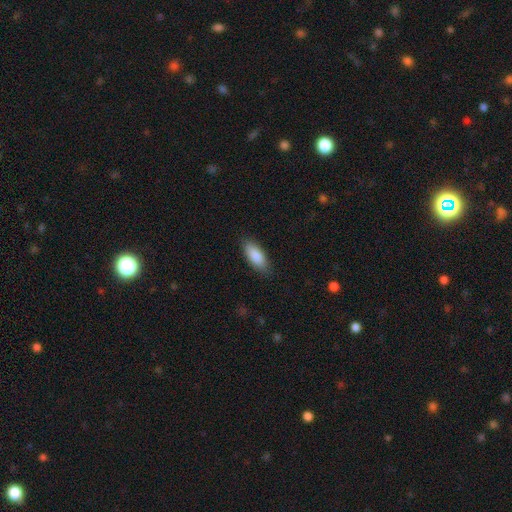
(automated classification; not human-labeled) smooth-or-featured: smooth: 87% | featured or disk: 8% | star or artifact: 6%
  how-rounded: in between: 81% | cigar-shaped: 18% | round: 2%
  merging: none: 86% | minor disturbance: 11% | major disturbance: 2% | merger: 1%